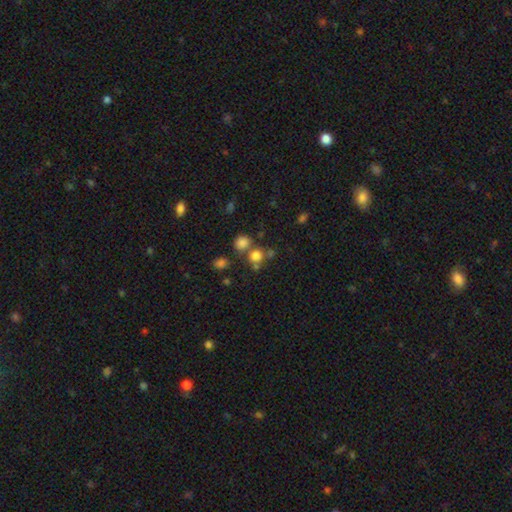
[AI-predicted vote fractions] A smooth galaxy with no disk features (75%) that is round (84%). Merging: none (57%).